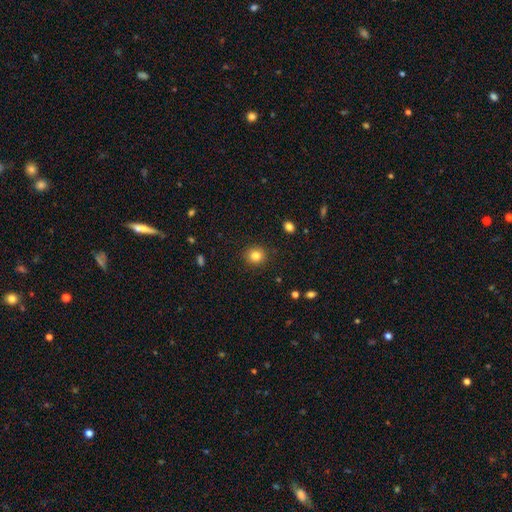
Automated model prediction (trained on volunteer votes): This appears to be a smooth galaxy with no disk features (83%) that is round (87%). Merging: none (90%).